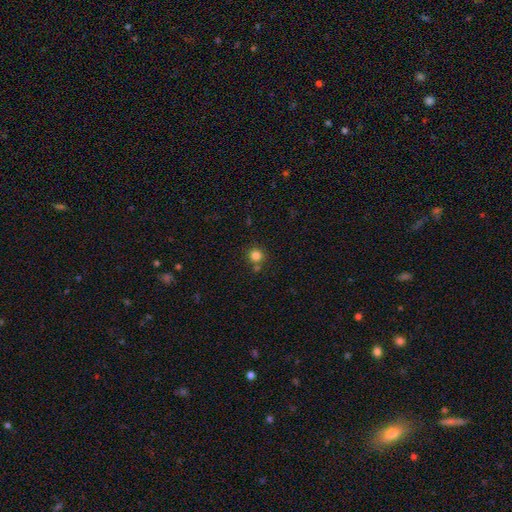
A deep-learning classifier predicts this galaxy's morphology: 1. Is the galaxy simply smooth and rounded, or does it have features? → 82% smooth, 13% star or artifact, 5% featured or disk.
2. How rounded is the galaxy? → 93% round, 6% in between, 1% cigar-shaped.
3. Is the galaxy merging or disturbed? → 74% none, 14% merger, 9% minor disturbance, 3% major disturbance.